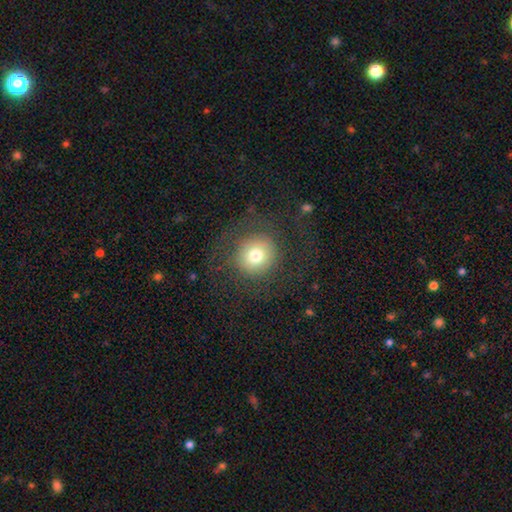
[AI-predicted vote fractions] smooth 73%, featured or disk 15%, star or artifact 12%. Down the decision tree: how rounded — round (91%); merging — none (75%).